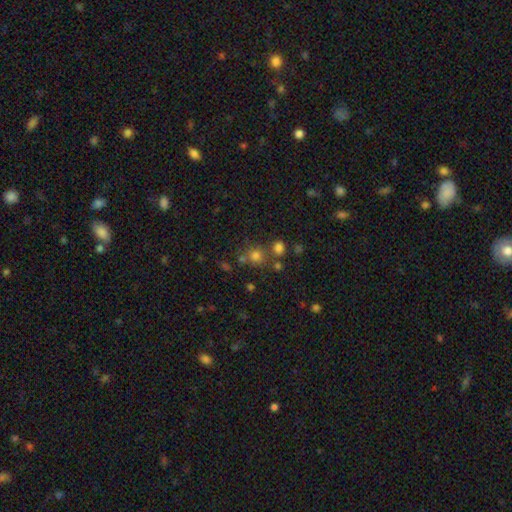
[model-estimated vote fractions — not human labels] A smooth galaxy with no disk features (73%) that is round (86%).

Vote fractions:
- Smooth or featured? smooth: 73% / star or artifact: 19% / featured or disk: 8%
- How rounded? round: 86% / in between: 13% / cigar-shaped: 1%
- Merging? none: 67% / merger: 18% / minor disturbance: 10% / major disturbance: 4%